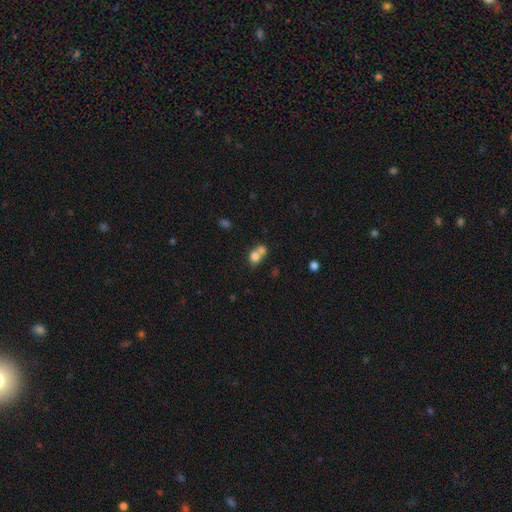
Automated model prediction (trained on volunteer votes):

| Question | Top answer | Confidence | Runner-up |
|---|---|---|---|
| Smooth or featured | smooth | 74% | featured or disk (15%) |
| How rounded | round | 61% | in between (37%) |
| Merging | merger | 63% | none (27%) |